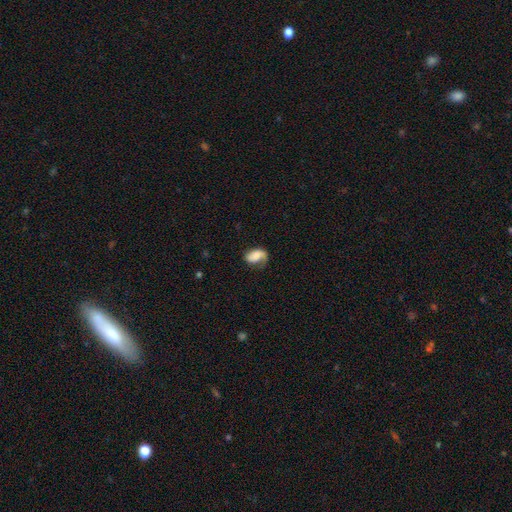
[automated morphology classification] A smooth galaxy with no disk features (55%) that is in between round and cigar-shaped (85%). Merging: none (44%).